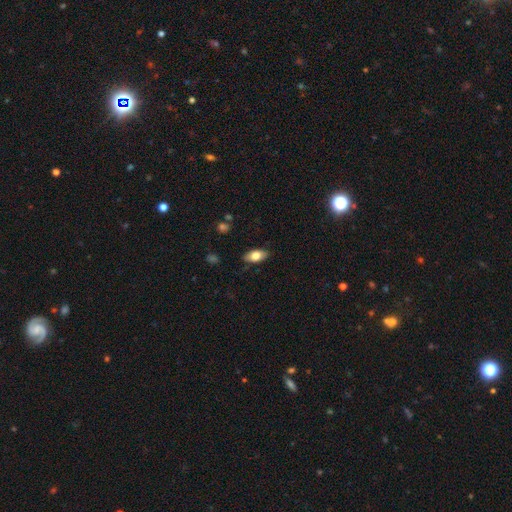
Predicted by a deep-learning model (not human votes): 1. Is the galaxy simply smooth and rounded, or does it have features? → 76% smooth, 17% featured or disk, 7% star or artifact.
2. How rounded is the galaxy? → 90% in between, 6% cigar-shaped, 4% round.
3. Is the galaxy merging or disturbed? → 86% none, 11% minor disturbance, 2% major disturbance, 1% merger.